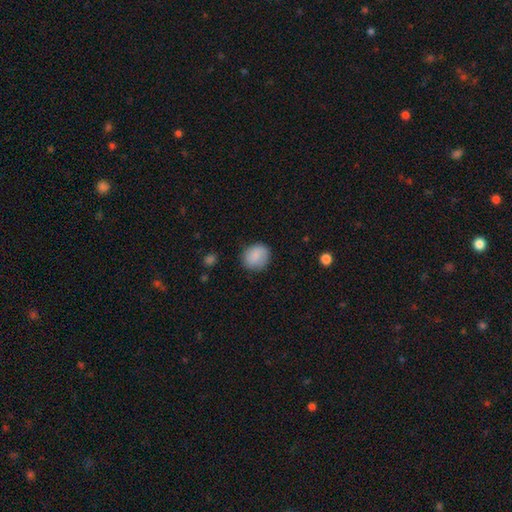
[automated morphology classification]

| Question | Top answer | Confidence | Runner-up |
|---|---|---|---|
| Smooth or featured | smooth | 85% | featured or disk (8%) |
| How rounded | round | 77% | in between (22%) |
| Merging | none | 82% | minor disturbance (13%) |